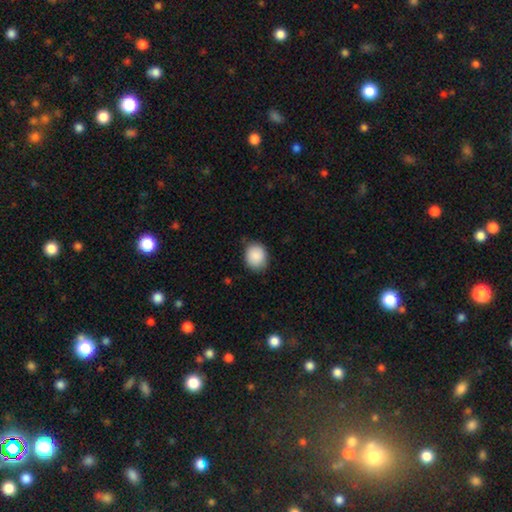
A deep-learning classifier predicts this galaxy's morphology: type=smooth (89%); roundness=round (64%); merging=none (81%).